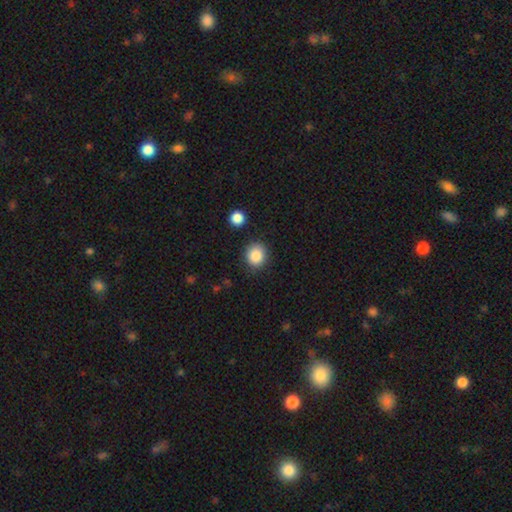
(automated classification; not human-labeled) This is clearly a smooth galaxy (86%). How rounded: clearly round (83%). Merging: clearly none (85%).